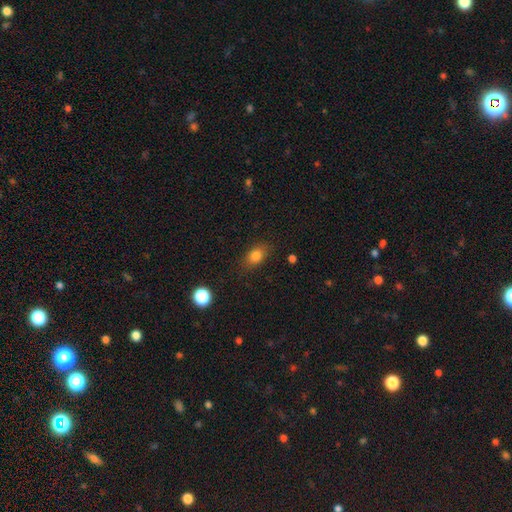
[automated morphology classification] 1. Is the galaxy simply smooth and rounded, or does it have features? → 81% smooth, 11% star or artifact, 9% featured or disk.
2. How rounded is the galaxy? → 74% in between, 23% round, 4% cigar-shaped.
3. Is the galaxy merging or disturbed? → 81% none, 14% minor disturbance, 4% major disturbance, 1% merger.